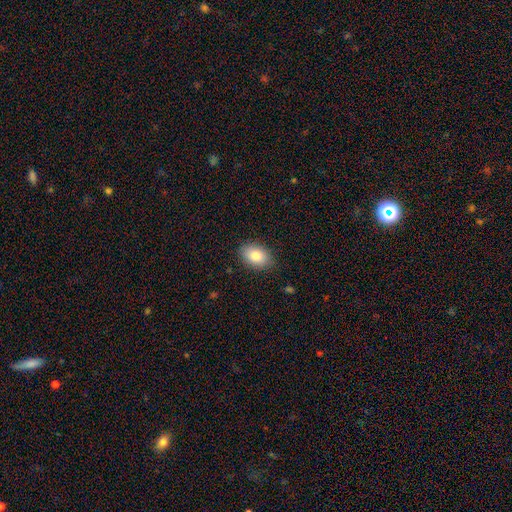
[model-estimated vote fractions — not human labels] This appears to be a smooth galaxy with no disk features (84%) that is in between round and cigar-shaped (83%). Merging: none (86%).